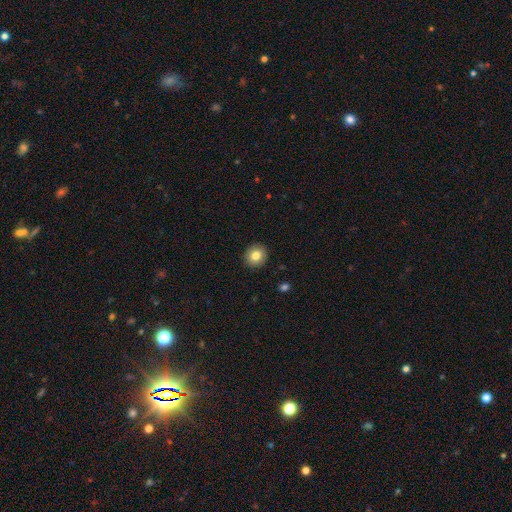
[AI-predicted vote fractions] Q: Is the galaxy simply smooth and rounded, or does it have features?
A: smooth — 82%.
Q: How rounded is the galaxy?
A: round — 88%.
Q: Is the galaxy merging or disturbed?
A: none — 92%.